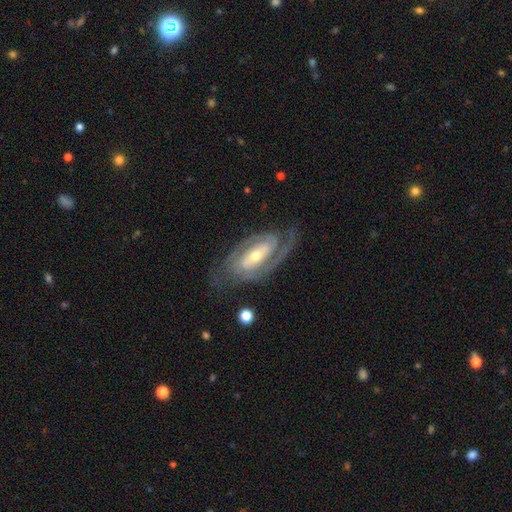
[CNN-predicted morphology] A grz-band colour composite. It shows a featured or disk galaxy (89%) with a strong bar (38%), 2 (77%) tight (60%) spiral arms (97%) and a moderate central bulge (51%). Merging: none (75%).